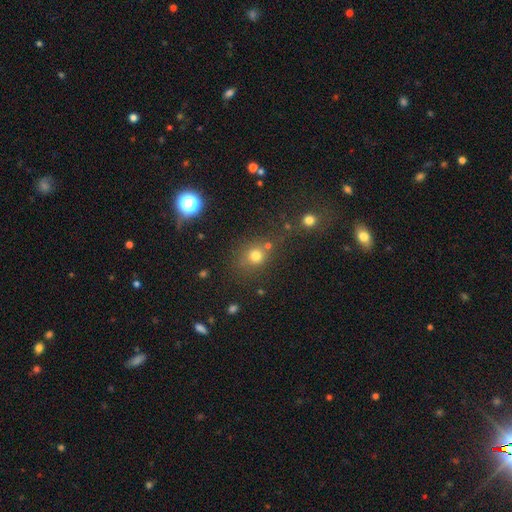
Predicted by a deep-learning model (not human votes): Smooth or featured: smooth — 72% (star or artifact — 19%)
How rounded: round — 75% (in between — 23%)
Merging: none — 63% (merger — 16%)